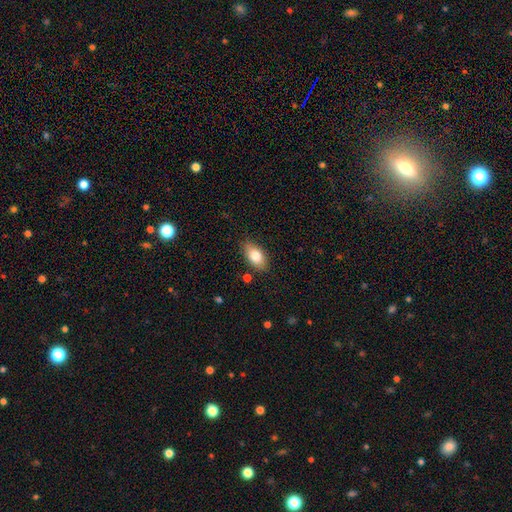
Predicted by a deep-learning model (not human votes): This is likely a smooth galaxy (80%). How rounded: clearly in between (91%). Merging: clearly none (84%).